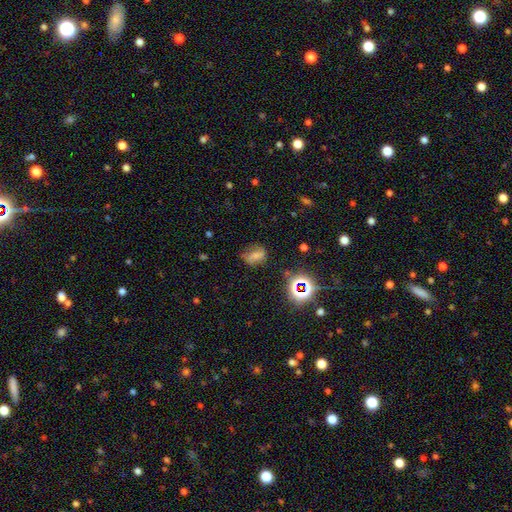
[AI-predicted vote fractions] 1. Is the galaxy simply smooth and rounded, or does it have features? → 44% smooth, 32% featured or disk, 24% star or artifact.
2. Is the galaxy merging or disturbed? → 61% none, 25% minor disturbance, 11% major disturbance, 3% merger.